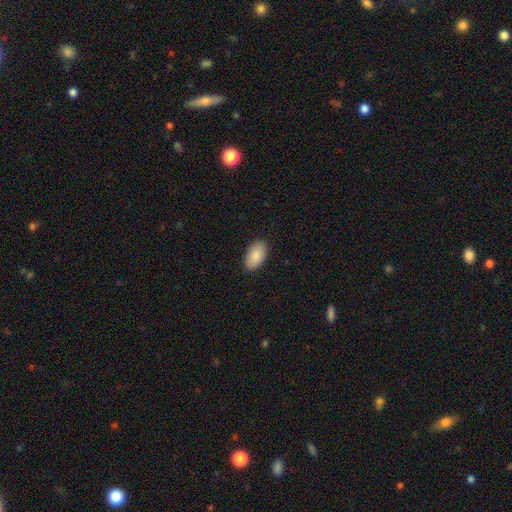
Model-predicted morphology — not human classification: This appears to be a smooth galaxy with no disk features (87%) that is in between round and cigar-shaped (95%). Merging: none (88%).